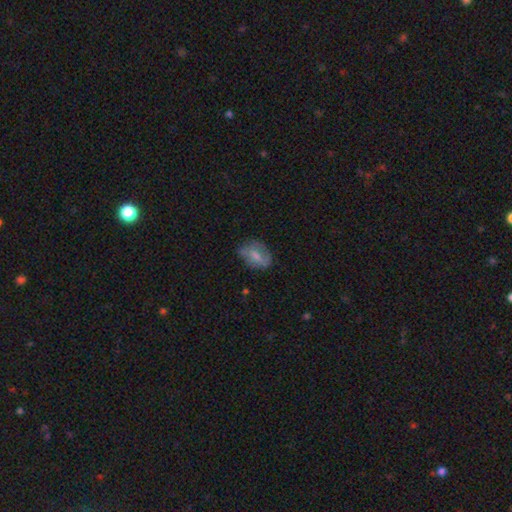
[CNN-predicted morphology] The model was most divided on "smooth or featured": smooth: 59%, featured or disk: 32%, star or artifact: 8%. More confident: how rounded — in between (77%); merging — none (57%).